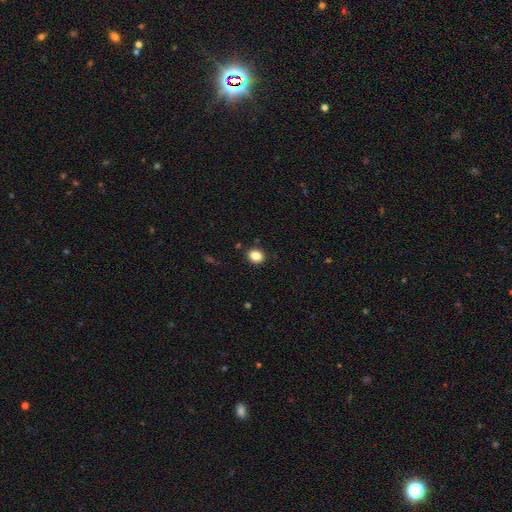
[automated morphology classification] type=smooth (86%); roundness=round (56%); merging=none (89%).